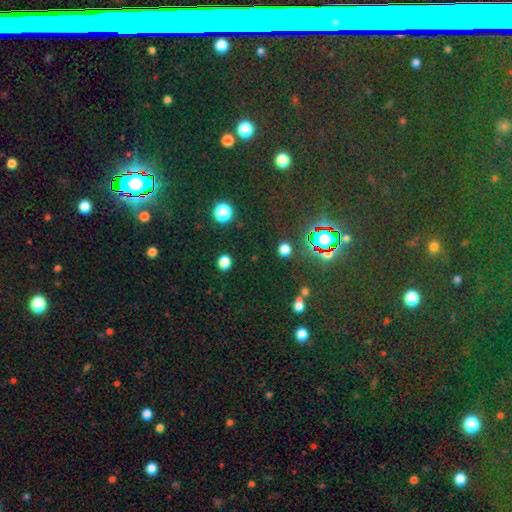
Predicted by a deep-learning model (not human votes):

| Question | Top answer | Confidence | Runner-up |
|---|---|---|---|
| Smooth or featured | star or artifact | 79% | smooth (12%) |